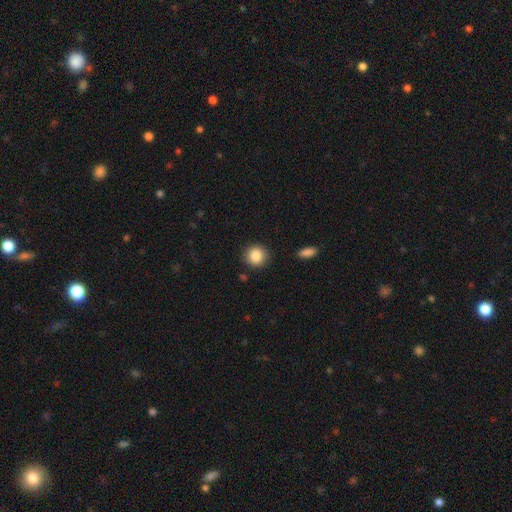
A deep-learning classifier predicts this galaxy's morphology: Overall: smooth (86%). How rounded: round (90%). Merging: none (89%).